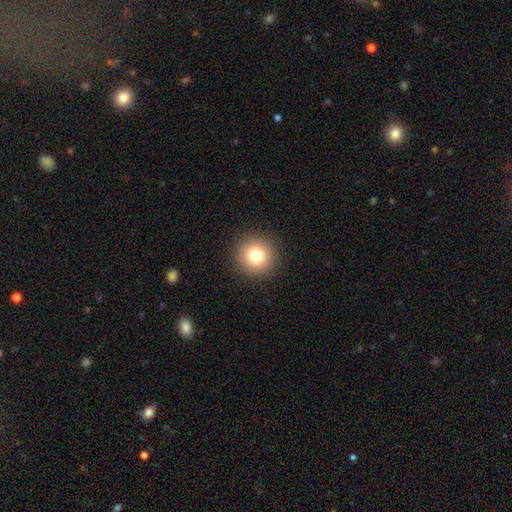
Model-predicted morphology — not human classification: A smooth galaxy with no disk features (79%) that is round (95%).

Vote fractions:
- Smooth or featured? smooth: 79% / star or artifact: 12% / featured or disk: 9%
- How rounded? round: 95% / in between: 4% / cigar-shaped: 1%
- Merging? none: 92% / minor disturbance: 5% / major disturbance: 2% / merger: 1%